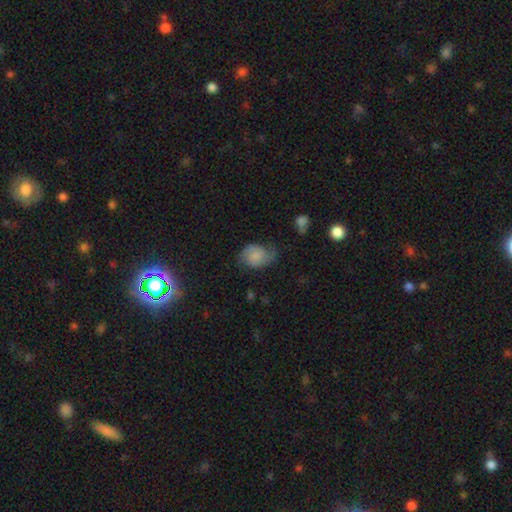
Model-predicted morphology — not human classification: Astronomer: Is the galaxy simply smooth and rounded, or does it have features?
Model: featured or disk — 58% (runner-up: smooth, 33%).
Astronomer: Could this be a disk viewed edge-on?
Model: no — 98%.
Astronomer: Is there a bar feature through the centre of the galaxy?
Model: no — 62%.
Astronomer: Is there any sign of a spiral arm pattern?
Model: yes — 93%.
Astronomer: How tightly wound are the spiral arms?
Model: medium — 47% (runner-up: tight, 28%).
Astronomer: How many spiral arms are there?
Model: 2 — 85%.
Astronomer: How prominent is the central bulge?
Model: none — 46% (runner-up: small, 25%).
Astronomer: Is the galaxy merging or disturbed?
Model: none — 61%.